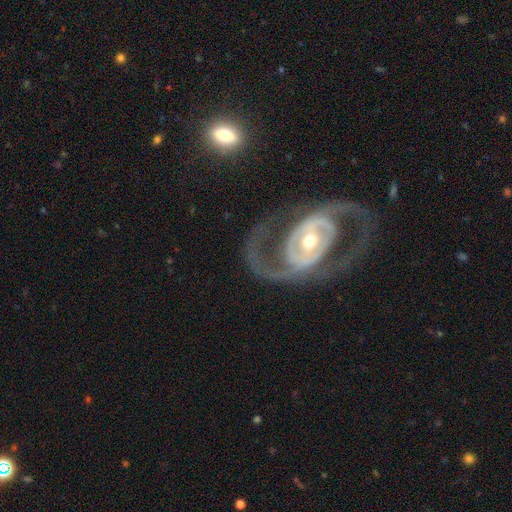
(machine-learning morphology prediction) Overall: featured or disk (89%). Edge-on disk: no (96%). Bar: no (43%; weak 29%). Spiral arms: yes (88%). Spiral arm count: 2 (88%). Spiral winding: medium (48%; tight 30%). Bulge size: moderate (56%; small 36%). Merging: none (70%).